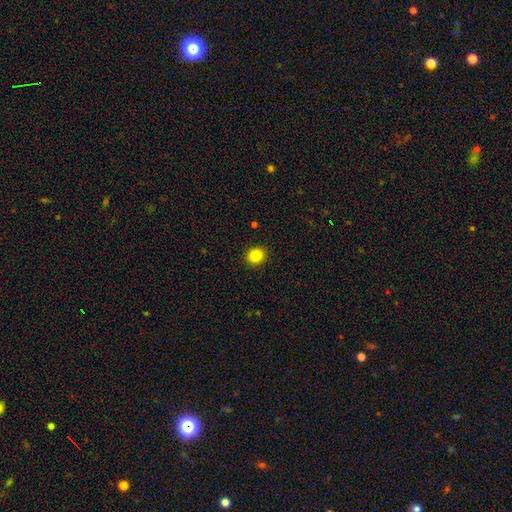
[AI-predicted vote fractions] The model was most divided on "how rounded": round: 83%, in between: 16%, cigar-shaped: 1%. More confident: merging — none (92%); smooth or featured — smooth (84%).